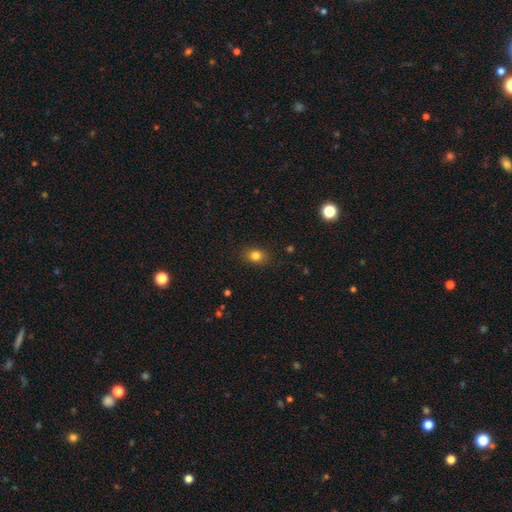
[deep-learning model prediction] smooth-or-featured: smooth: 81% | star or artifact: 12% | featured or disk: 7%
  how-rounded: in between: 57% | round: 42% | cigar-shaped: 1%
  merging: none: 87% | minor disturbance: 10% | major disturbance: 3% | merger: 1%